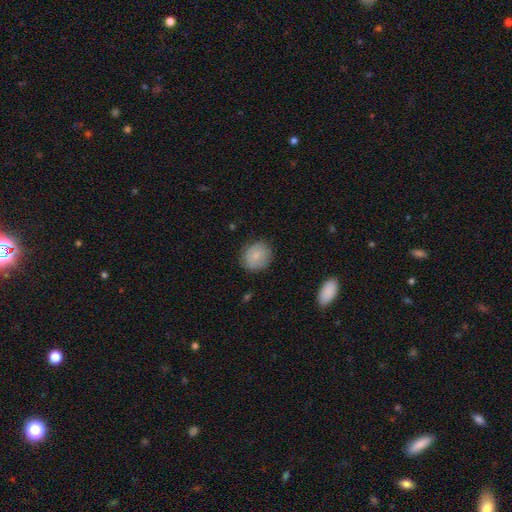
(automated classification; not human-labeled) Morphology: type=smooth (77%); roundness=round (77%); merging=none (81%).